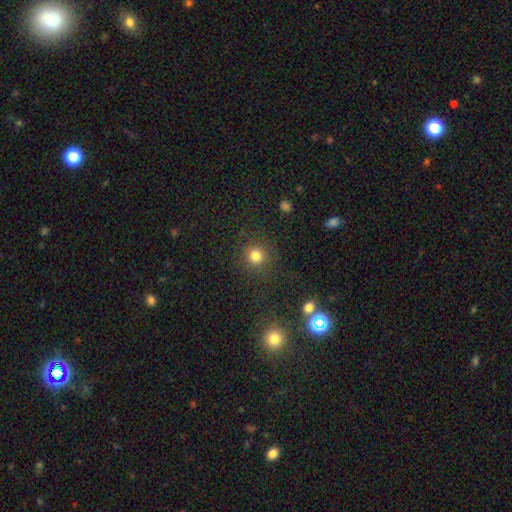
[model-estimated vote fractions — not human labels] smooth-or-featured: smooth: 80% | star or artifact: 15% | featured or disk: 6%
  how-rounded: round: 93% | in between: 6% | cigar-shaped: 1%
  merging: none: 88% | minor disturbance: 7% | major disturbance: 4% | merger: 2%